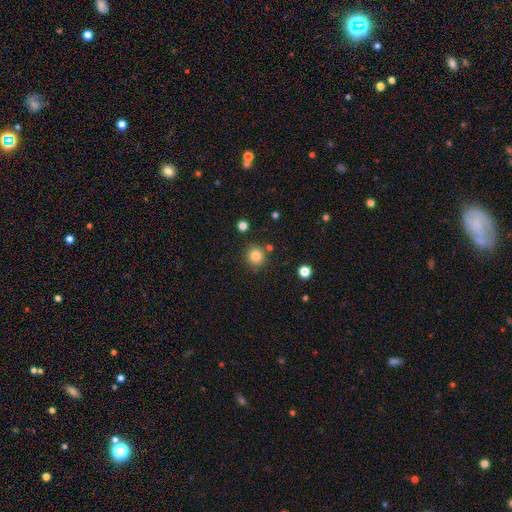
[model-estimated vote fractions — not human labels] A smooth galaxy with no disk features (82%) that is round (90%).

Vote fractions:
- Smooth or featured? smooth: 82% / star or artifact: 12% / featured or disk: 6%
- How rounded? round: 90% / in between: 9% / cigar-shaped: 1%
- Merging? none: 83% / minor disturbance: 9% / merger: 6% / major disturbance: 3%